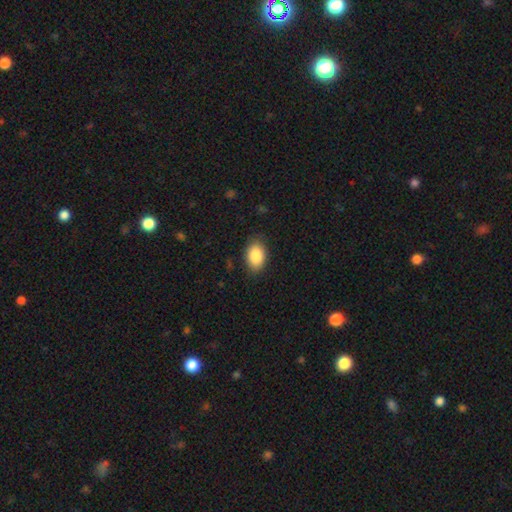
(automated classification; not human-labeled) The model was most divided on "merging": none: 84%, minor disturbance: 13%, major disturbance: 3%, merger: 1%. More confident: how rounded — in between (88%); smooth or featured — smooth (88%).